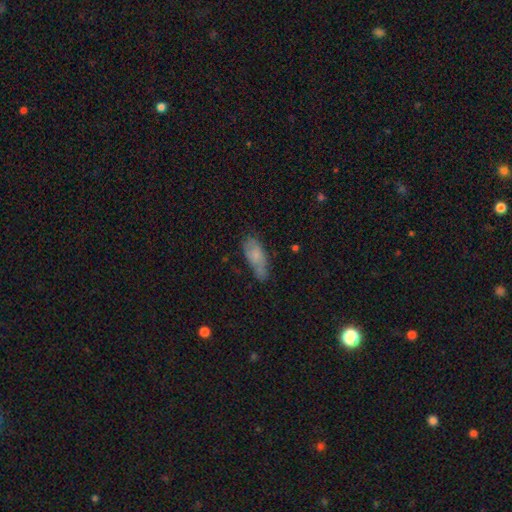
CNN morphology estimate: This is likely a smooth galaxy (71%). How rounded: likely in between (76%). Merging: possibly none (56%).